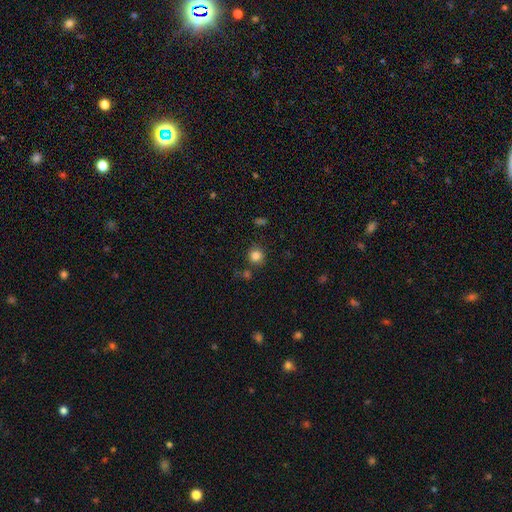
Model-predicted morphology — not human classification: Smooth or featured?
  - smooth: 83% *
  - star or artifact: 12%
  - featured or disk: 5%
How rounded?
  - round: 93% *
  - in between: 6%
  - cigar-shaped: 1%
Merging?
  - none: 82% *
  - minor disturbance: 9%
  - merger: 6%
  - major disturbance: 3%